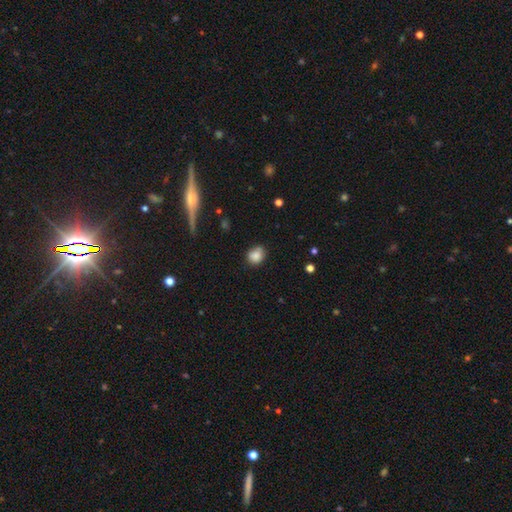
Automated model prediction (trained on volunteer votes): The model was most divided on "how rounded": round: 63%, in between: 36%, cigar-shaped: 1%. More confident: smooth or featured — smooth (84%); merging — none (72%).